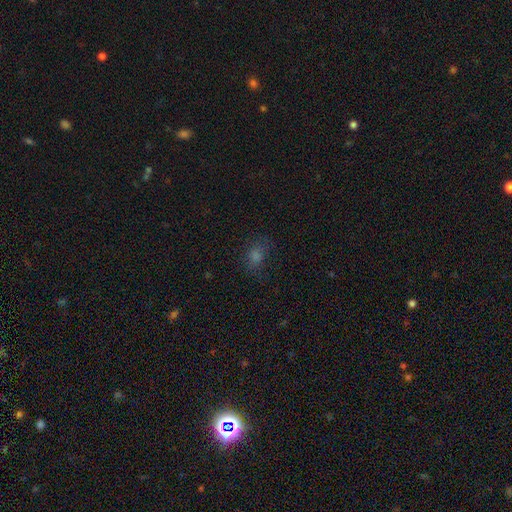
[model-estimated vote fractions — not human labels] smooth 60%, star or artifact 29%, featured or disk 11%. Down the decision tree: how rounded — in between (55%); merging — none (70%).